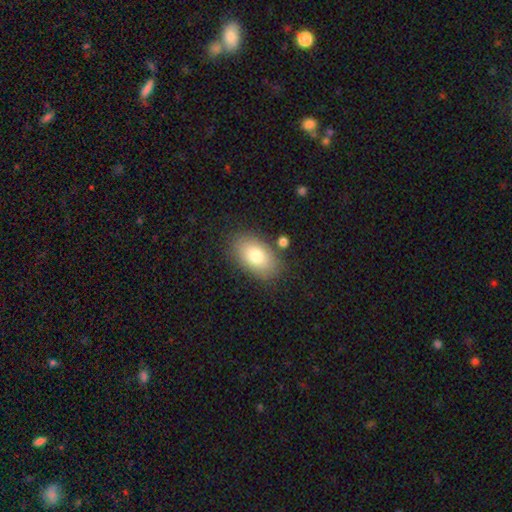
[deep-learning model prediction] smooth-or-featured: smooth: 79% | featured or disk: 13% | star or artifact: 8%
  how-rounded: in between: 91% | round: 7% | cigar-shaped: 2%
  merging: none: 81% | minor disturbance: 12% | merger: 4% | major disturbance: 3%